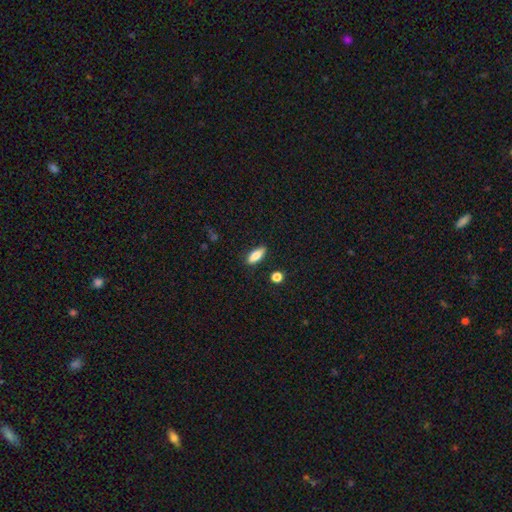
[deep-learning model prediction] This appears to be a smooth galaxy with no disk features (78%) that is in between round and cigar-shaped (66%). Merging: none (84%).